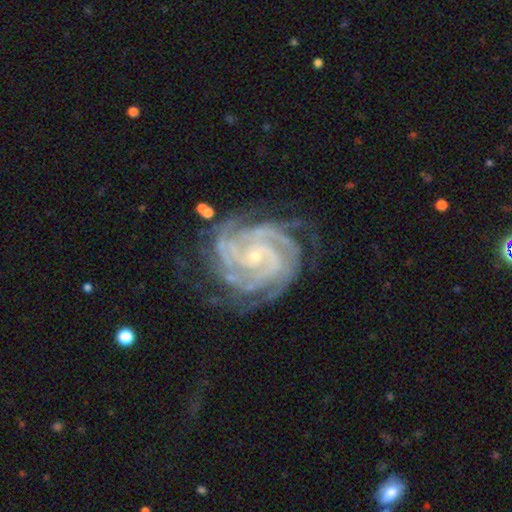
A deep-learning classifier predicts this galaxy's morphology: A featured or disk galaxy (93%) with no bar (65%), 3 (28%) tight (75%) spiral arms (99%) and a small central bulge (85%).

Vote fractions:
- Smooth or featured? featured or disk: 93% / star or artifact: 5% / smooth: 3%
- Edge-on disk? no: 98% / yes: 2%
- Bar? no: 65% / weak: 25% / strong: 10%
- Spiral arms? yes: 99% / no: 1%
- Spiral winding? tight: 75% / medium: 22% / loose: 2%
- Spiral arm count? 3: 28% / 4: 27% / 2: 17% / can't tell: 12% / more than 4: 9% / 1: 7%
- Bulge size? small: 85% / moderate: 11% / none: 2% / large: 1% / dominant: 1%
- Merging? none: 72% / minor disturbance: 19% / major disturbance: 8% / merger: 2%